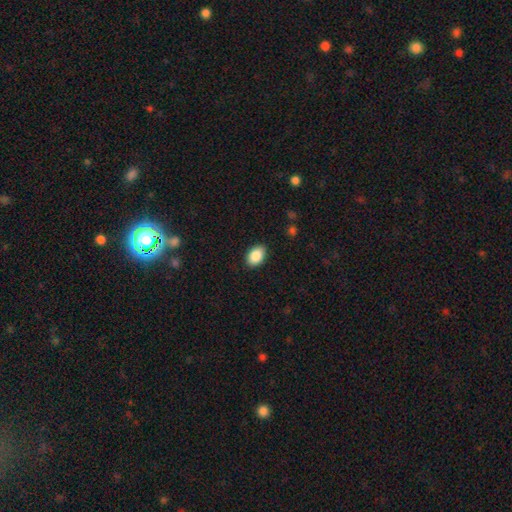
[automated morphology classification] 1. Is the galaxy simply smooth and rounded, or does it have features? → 88% smooth, 7% star or artifact, 4% featured or disk.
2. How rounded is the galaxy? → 86% in between, 13% round, 1% cigar-shaped.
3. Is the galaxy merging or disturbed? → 88% none, 9% minor disturbance, 2% major disturbance, 1% merger.